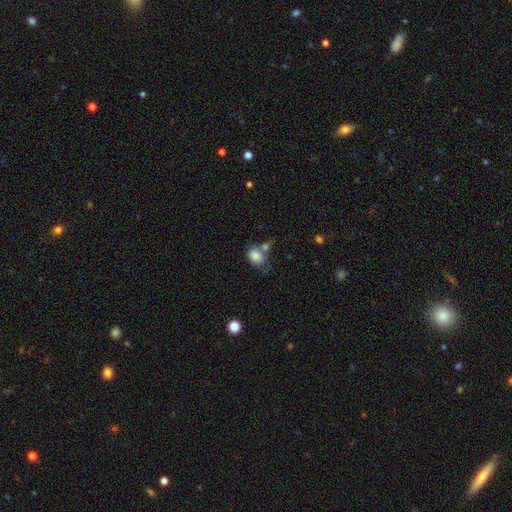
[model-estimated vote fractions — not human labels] Morphology: type=smooth (84%); roundness=in between (57%); merging=none (38%).